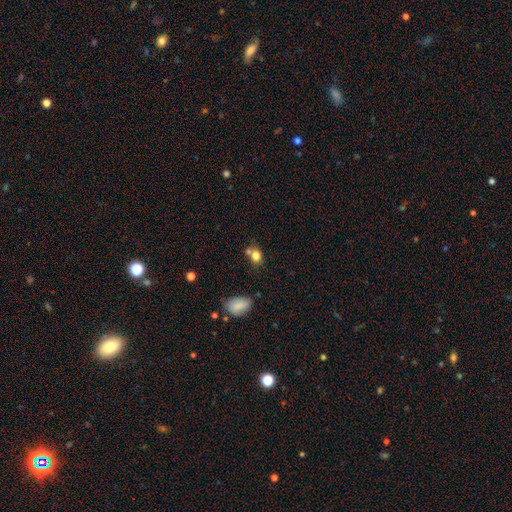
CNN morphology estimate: type=smooth (79%); roundness=round (54%); merging=none (49%).